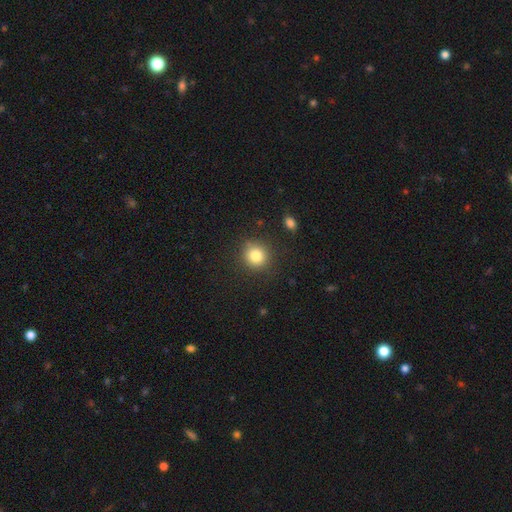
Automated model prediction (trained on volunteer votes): A smooth galaxy with no disk features (83%) that is round (88%).

Vote fractions:
- Smooth or featured? smooth: 83% / star or artifact: 11% / featured or disk: 6%
- How rounded? round: 88% / in between: 11% / cigar-shaped: 1%
- Merging? none: 87% / minor disturbance: 9% / major disturbance: 3% / merger: 2%